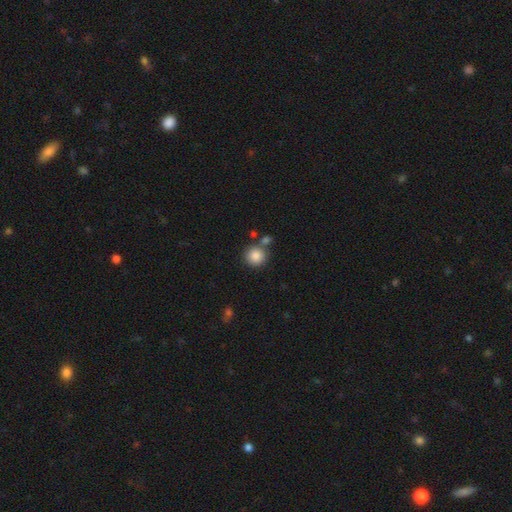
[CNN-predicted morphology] A smooth galaxy with no disk features (86%) that is round (92%). Merging: none (72%).